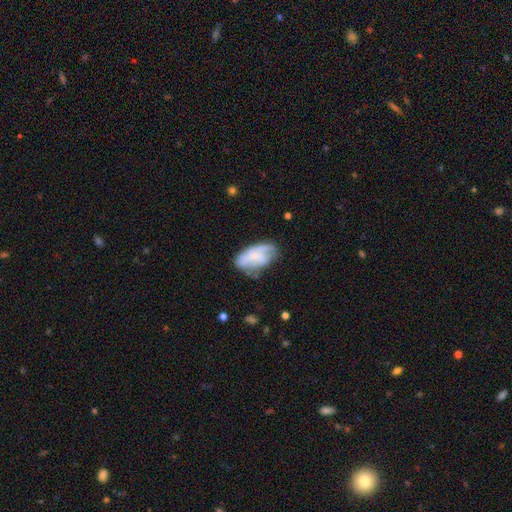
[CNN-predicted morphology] featured or disk 58%, smooth 35%, star or artifact 7%. Down the decision tree: edge-on disk — no (95%); bar — no (65%); spiral arms — yes (73%); bulge size — small (62%); merging — none (50%).